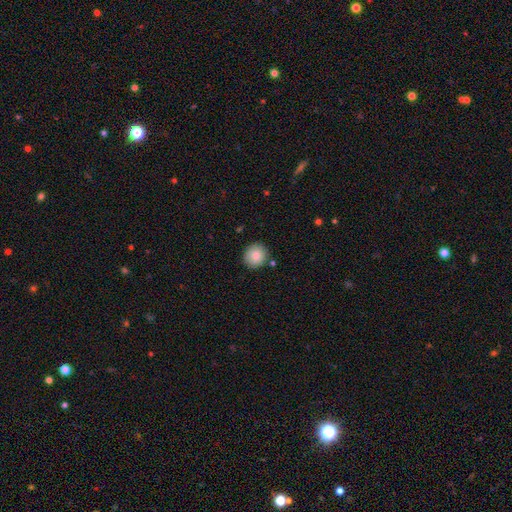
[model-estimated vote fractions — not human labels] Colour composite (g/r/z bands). It shows a smooth galaxy with no disk features (87%) that is round (89%). Merging: none (86%).